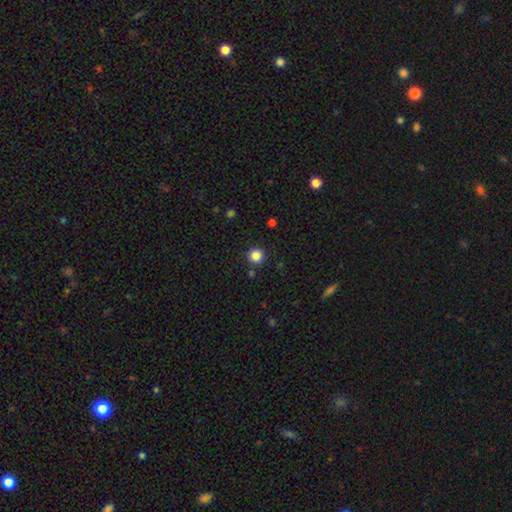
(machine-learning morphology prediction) Smooth or featured? smooth (84%)
How rounded? round (95%)
Merging? none (91%)